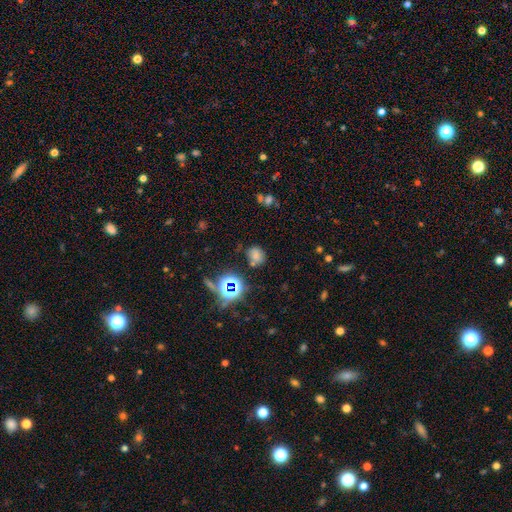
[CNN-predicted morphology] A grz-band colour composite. It shows a smooth galaxy with no disk features (62%) that is round (59%). Merging: none (71%).